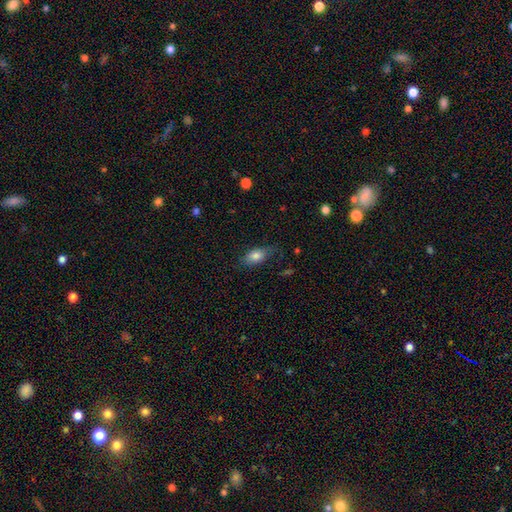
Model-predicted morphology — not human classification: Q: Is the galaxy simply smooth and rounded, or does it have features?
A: smooth — 80%.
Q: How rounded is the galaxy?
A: in between — 88%.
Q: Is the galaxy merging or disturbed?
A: none — 71%.